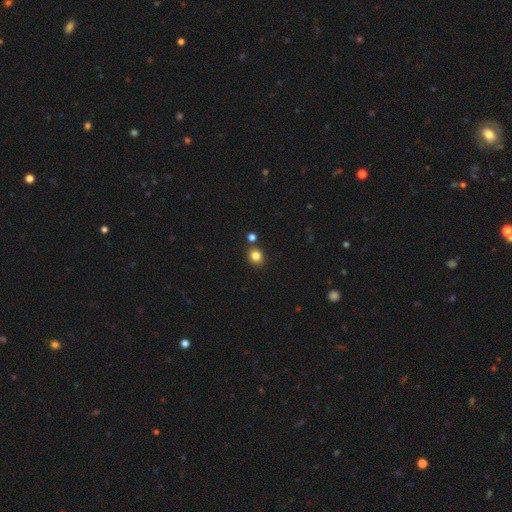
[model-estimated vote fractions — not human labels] The model was most divided on "how rounded": round: 78%, in between: 21%, cigar-shaped: 1%. More confident: smooth or featured — smooth (82%); merging — none (81%).